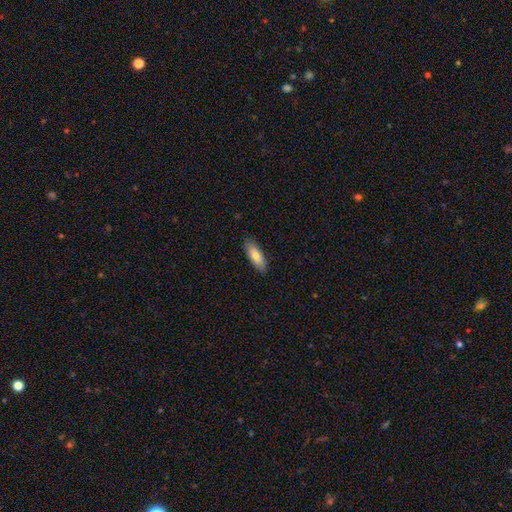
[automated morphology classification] A smooth galaxy with no disk features (78%) that is in between round and cigar-shaped (67%).

Vote fractions:
- Smooth or featured? smooth: 78% / featured or disk: 16% / star or artifact: 6%
- How rounded? in between: 67% / cigar-shaped: 32% / round: 2%
- Merging? none: 87% / minor disturbance: 10% / major disturbance: 2% / merger: 1%